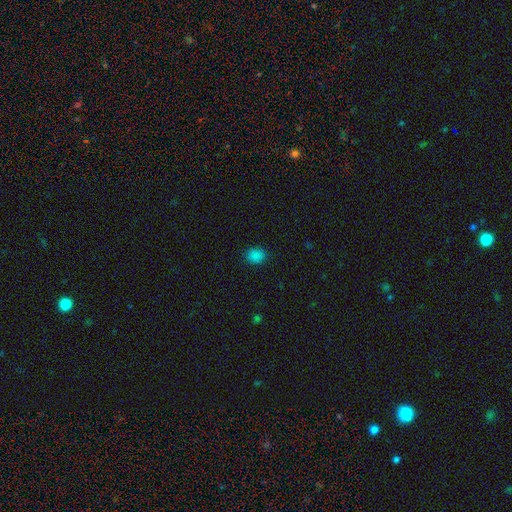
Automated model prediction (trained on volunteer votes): smooth_or_featured: smooth (p=0.84) [alt: star or artifact p=0.14]
how_rounded: in between (p=0.60) [alt: round p=0.39]
merging: none (p=0.87) [alt: minor disturbance p=0.10]